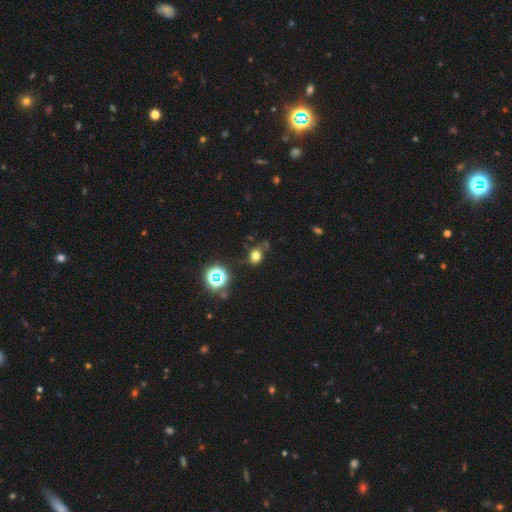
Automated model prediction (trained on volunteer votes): Smooth or featured: smooth — 68% (star or artifact — 20%)
How rounded: round — 55% (in between — 44%)
Merging: none — 60% (minor disturbance — 25%)